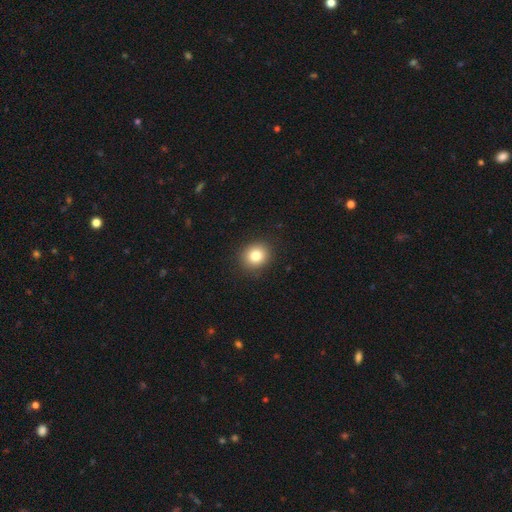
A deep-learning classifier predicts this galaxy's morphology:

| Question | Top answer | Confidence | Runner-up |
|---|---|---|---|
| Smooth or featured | smooth | 83% | star or artifact (10%) |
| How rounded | round | 79% | in between (20%) |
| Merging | none | 90% | minor disturbance (7%) |